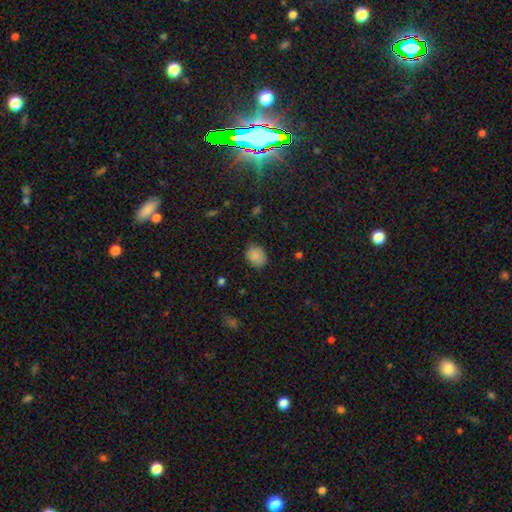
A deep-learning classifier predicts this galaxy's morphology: A smooth galaxy with no disk features (85%) that is in between round and cigar-shaped (55%). Merging: none (76%).